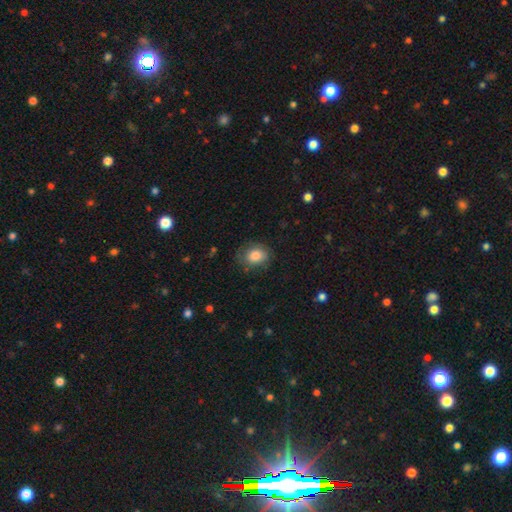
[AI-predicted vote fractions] Q: Smooth or featured?
A: smooth (79%); runner-up: featured or disk (13%)
Q: How rounded?
A: in between (52%); runner-up: round (47%)
Q: Merging?
A: none (71%); runner-up: minor disturbance (20%)